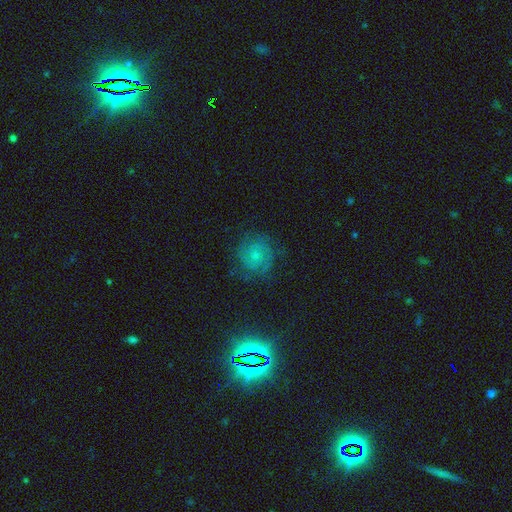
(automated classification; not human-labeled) The model was most divided on "smooth or featured": featured or disk: 49%, smooth: 37%, star or artifact: 14%. More confident: merging — none (73%).